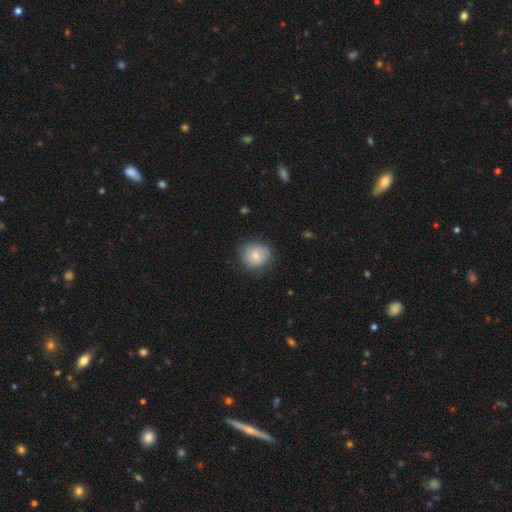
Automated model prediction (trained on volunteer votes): smooth 74%, featured or disk 18%, star or artifact 8%. Down the decision tree: how rounded — round (84%); merging — none (75%).